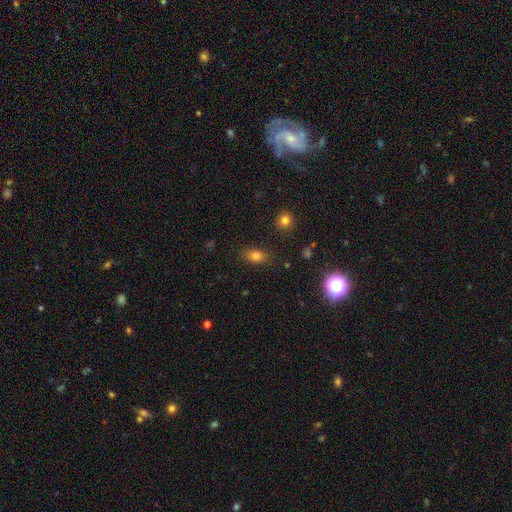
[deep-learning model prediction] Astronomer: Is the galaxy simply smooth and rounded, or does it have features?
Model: smooth — 79%.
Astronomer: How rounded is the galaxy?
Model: in between — 80%.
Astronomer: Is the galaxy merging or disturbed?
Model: none — 83%.